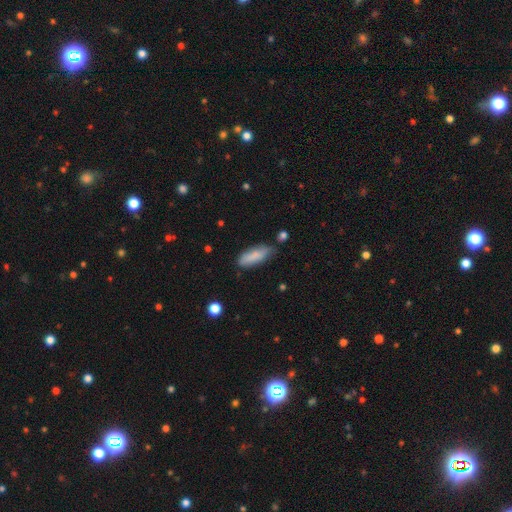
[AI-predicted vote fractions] Morphology: type=smooth (83%); roundness=in between (61%); merging=none (67%).